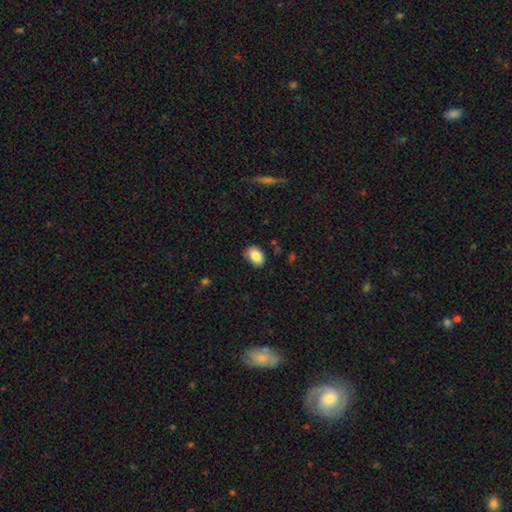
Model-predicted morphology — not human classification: smooth_or_featured: smooth (p=0.84) [alt: star or artifact p=0.08]
how_rounded: in between (p=0.78) [alt: round p=0.21]
merging: none (p=0.79) [alt: minor disturbance p=0.17]